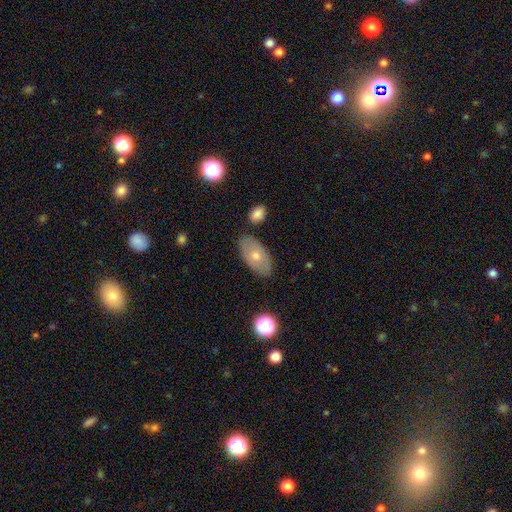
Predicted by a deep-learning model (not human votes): Smooth or featured? smooth (57%)
How rounded? in between (92%)
Merging? none (81%)